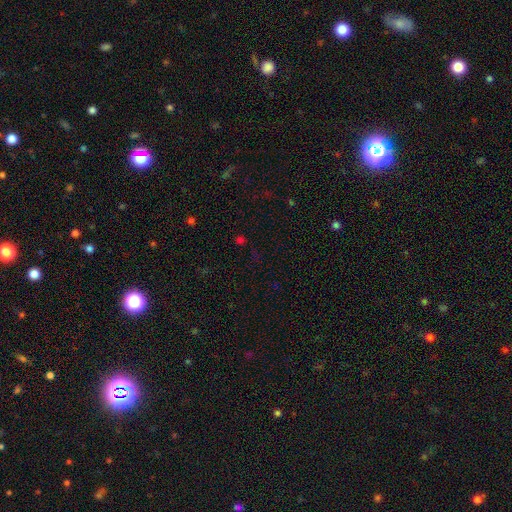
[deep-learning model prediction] Smooth or featured? Predicted: star or artifact (p=0.63).